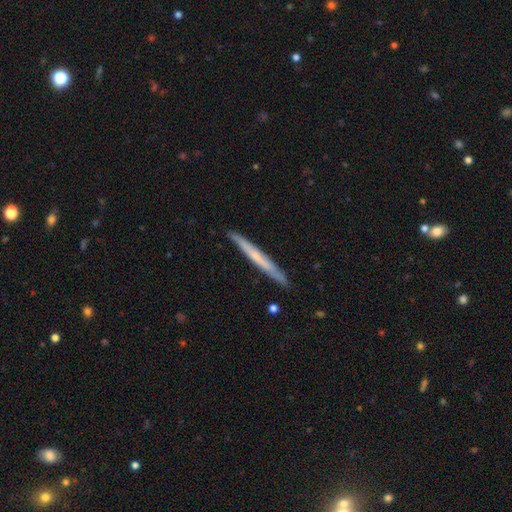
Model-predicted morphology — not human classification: Smooth or featured? smooth (50%)
Merging? none (90%)